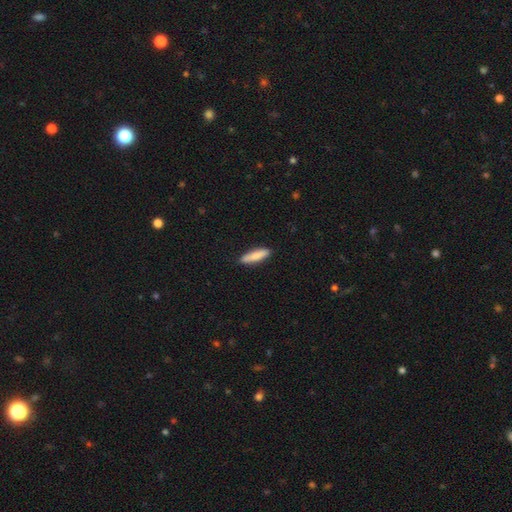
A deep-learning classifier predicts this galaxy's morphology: This is clearly a smooth galaxy (84%). How rounded: likely cigar-shaped (75%). Merging: clearly none (89%).